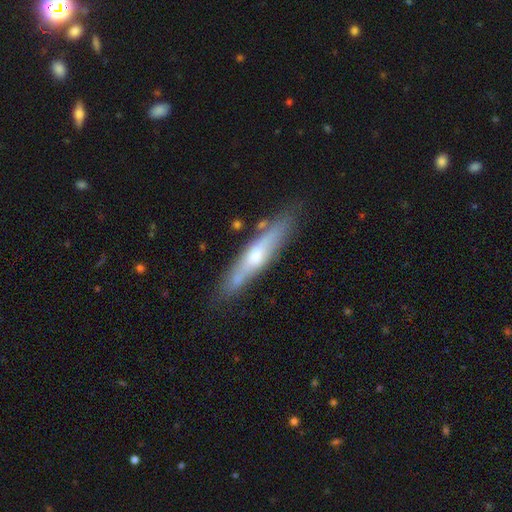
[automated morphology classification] A featured or disk galaxy (60%) viewed edge-on (83%).

Vote fractions:
- Smooth or featured? featured or disk: 60% / smooth: 34% / star or artifact: 6%
- Edge-on disk? yes: 83% / no: 17%
- Merging? none: 79% / minor disturbance: 14% / merger: 4% / major disturbance: 3%